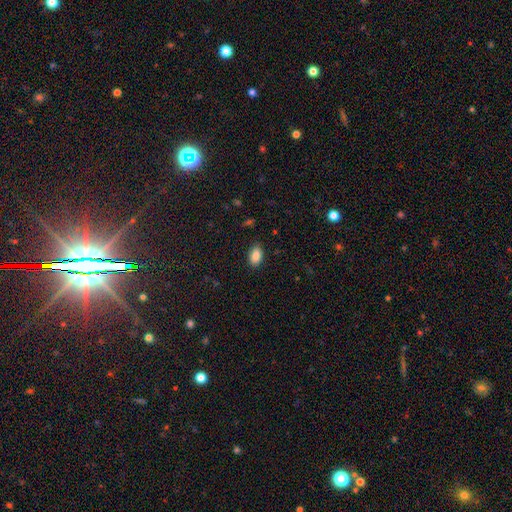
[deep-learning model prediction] Smooth or featured? Predicted: smooth (p=0.87). How rounded? Predicted: in between (p=0.91). Merging? Predicted: none (p=0.86).